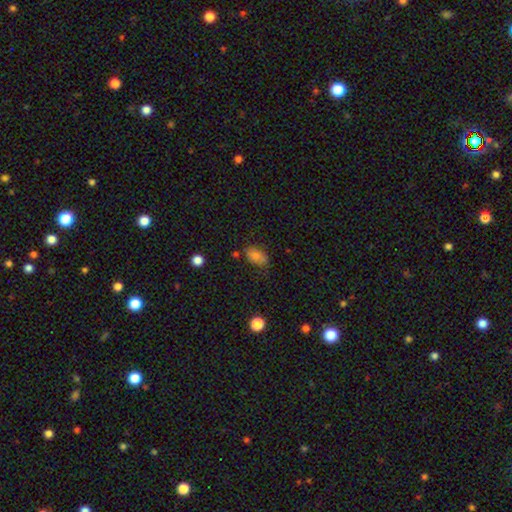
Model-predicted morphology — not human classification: Smooth or featured? smooth (79%)
How rounded? in between (90%)
Merging? none (69%)